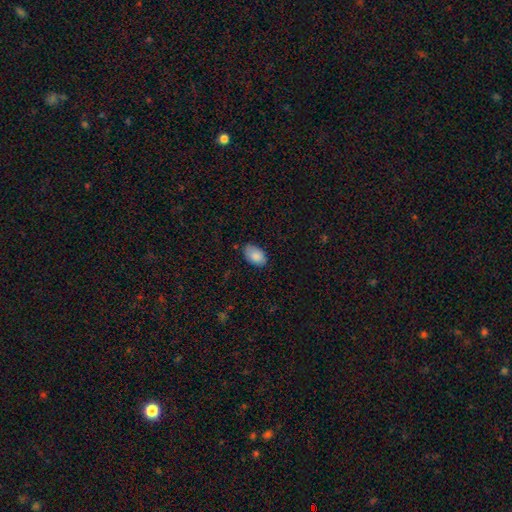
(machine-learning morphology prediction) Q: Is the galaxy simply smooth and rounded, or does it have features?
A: smooth — 86%.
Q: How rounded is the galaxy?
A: in between — 92%.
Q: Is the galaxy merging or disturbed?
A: none — 76%.